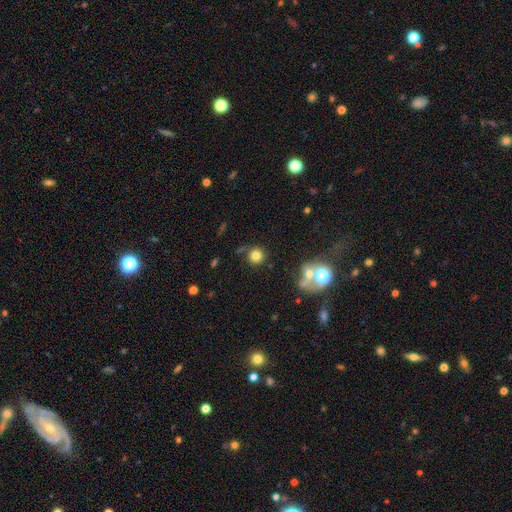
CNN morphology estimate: smooth 78%, star or artifact 14%, featured or disk 8%. Down the decision tree: how rounded — round (92%); merging — none (77%).